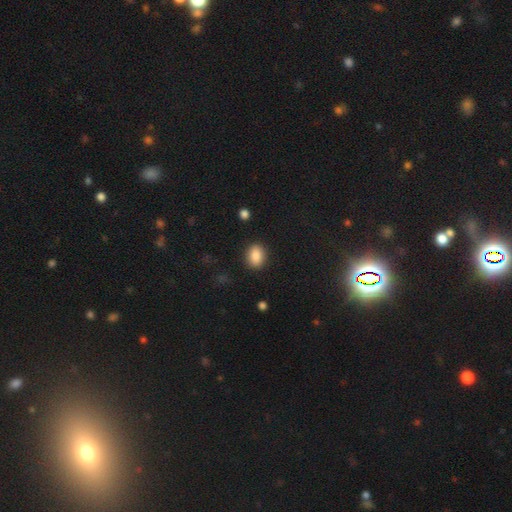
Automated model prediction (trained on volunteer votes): Q: Smooth or featured?
A: smooth (88%); runner-up: star or artifact (8%)
Q: How rounded?
A: in between (68%); runner-up: round (30%)
Q: Merging?
A: none (88%); runner-up: minor disturbance (8%)